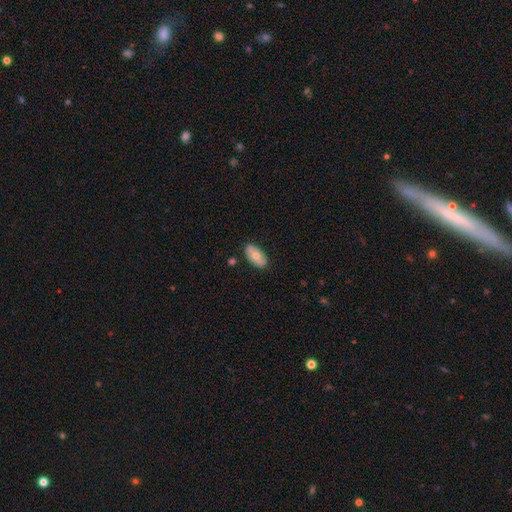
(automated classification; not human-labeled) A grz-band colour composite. It shows a smooth galaxy with no disk features (63%) that is in between round and cigar-shaped (93%). Merging: none (82%).